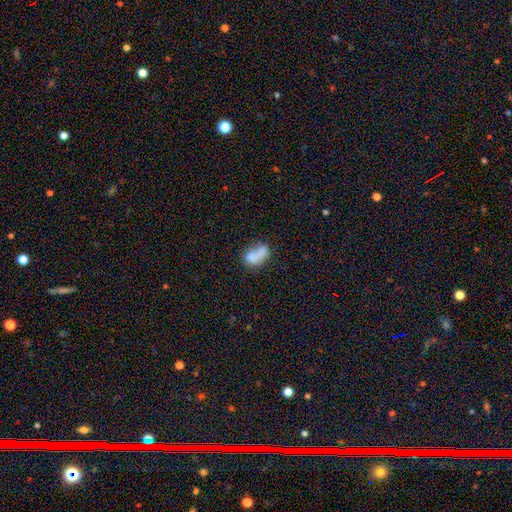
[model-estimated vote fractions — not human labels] Smooth or featured?
  - smooth: 69% *
  - featured or disk: 21%
  - star or artifact: 10%
How rounded?
  - in between: 81% *
  - round: 15%
  - cigar-shaped: 4%
Merging?
  - merger: 37% *
  - none: 30%
  - minor disturbance: 17%
  - major disturbance: 15%